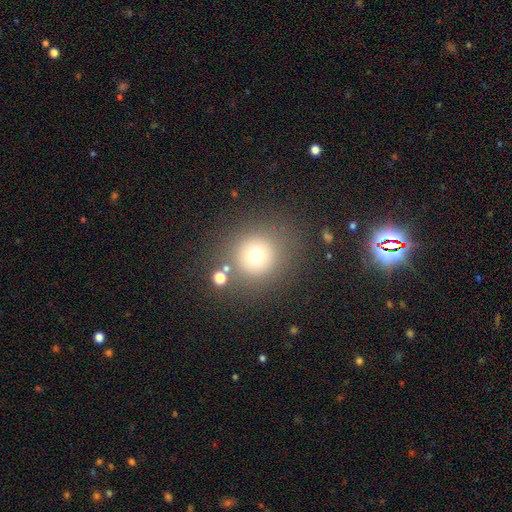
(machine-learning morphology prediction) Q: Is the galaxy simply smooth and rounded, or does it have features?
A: smooth — 71%.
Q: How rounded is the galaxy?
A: round — 92%.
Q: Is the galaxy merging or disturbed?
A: none — 79%.